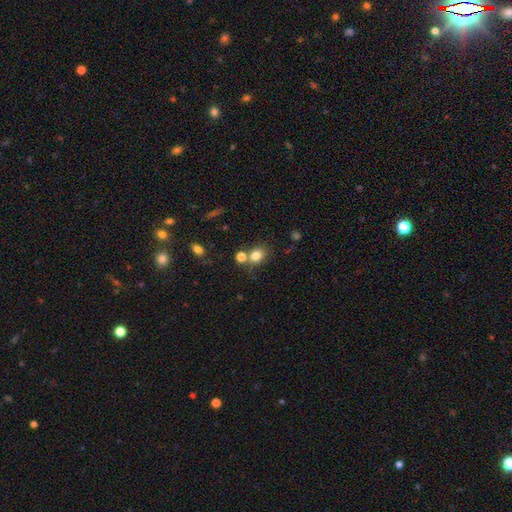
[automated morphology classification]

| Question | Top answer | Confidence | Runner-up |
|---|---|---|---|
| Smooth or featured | smooth | 79% | star or artifact (12%) |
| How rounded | round | 51% | in between (48%) |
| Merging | none | 59% | merger (23%) |